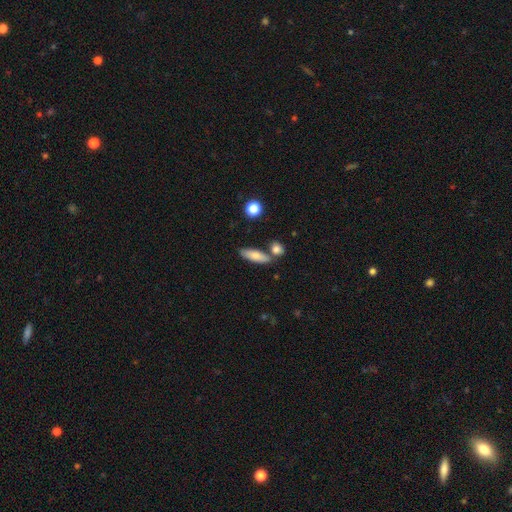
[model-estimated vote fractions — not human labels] smooth-or-featured: smooth: 75% | featured or disk: 18% | star or artifact: 7%
  how-rounded: in between: 52% | cigar-shaped: 45% | round: 3%
  merging: none: 69% | merger: 16% | minor disturbance: 12% | major disturbance: 3%